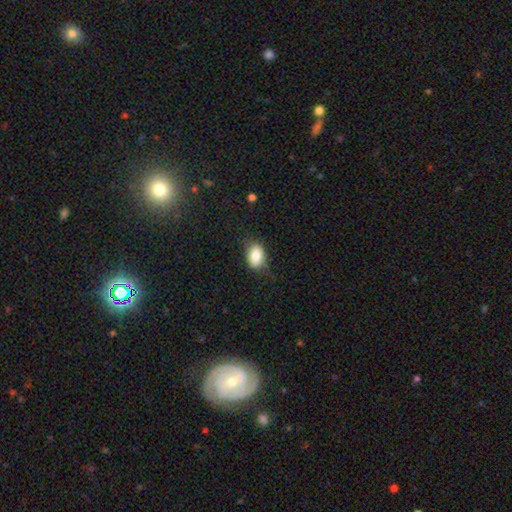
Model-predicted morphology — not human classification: A smooth galaxy with no disk features (82%) that is in between round and cigar-shaped (81%).

Vote fractions:
- Smooth or featured? smooth: 82% / featured or disk: 10% / star or artifact: 8%
- How rounded? in between: 81% / round: 18% / cigar-shaped: 1%
- Merging? none: 74% / minor disturbance: 20% / major disturbance: 5% / merger: 1%